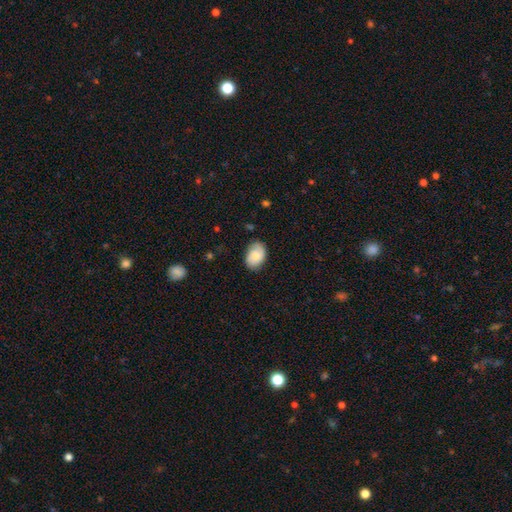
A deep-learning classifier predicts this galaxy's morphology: Overall: smooth (62%; featured or disk 30%). How rounded: in between (81%). Merging: none (72%).